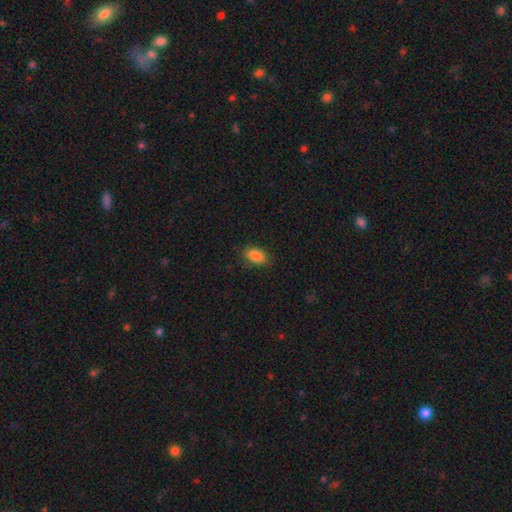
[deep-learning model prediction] Smooth or featured? Predicted: smooth (p=0.87). How rounded? Predicted: in between (p=0.90). Merging? Predicted: none (p=0.83).